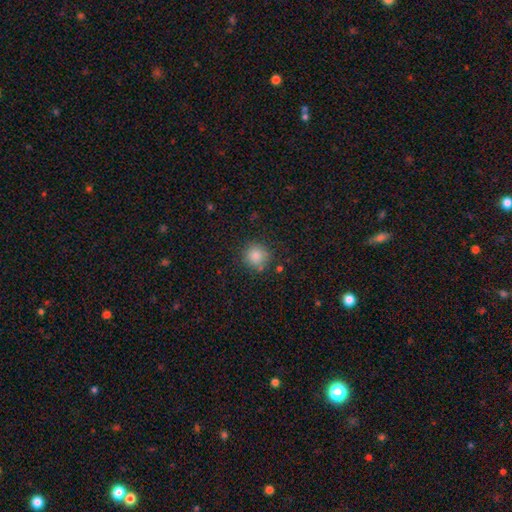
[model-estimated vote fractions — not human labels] smooth_or_featured: smooth (p=0.83) [alt: star or artifact p=0.11]
how_rounded: round (p=0.92) [alt: in between p=0.07]
merging: none (p=0.82) [alt: minor disturbance p=0.11]